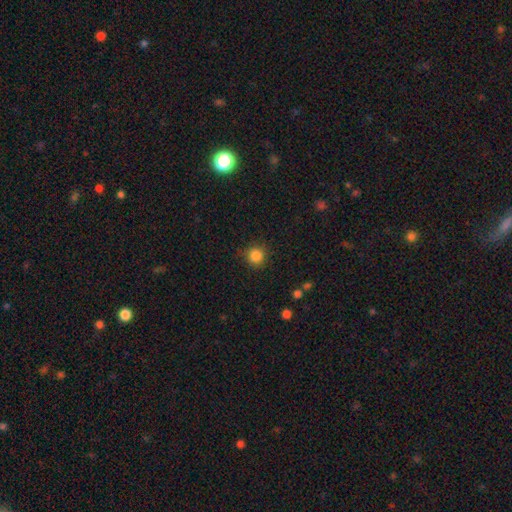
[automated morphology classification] Smooth or featured: smooth — 85% (star or artifact — 11%)
How rounded: round — 94% (in between — 5%)
Merging: none — 87% (minor disturbance — 9%)